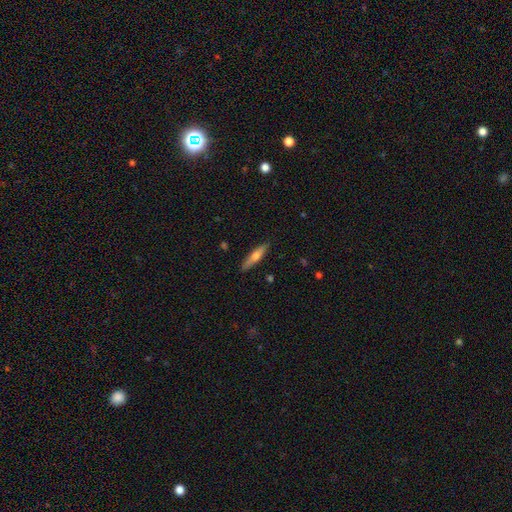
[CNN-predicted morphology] Q: Smooth or featured?
A: smooth (54%); runner-up: featured or disk (40%)
Q: How rounded?
A: cigar-shaped (81%); runner-up: in between (17%)
Q: Merging?
A: none (88%); runner-up: minor disturbance (9%)